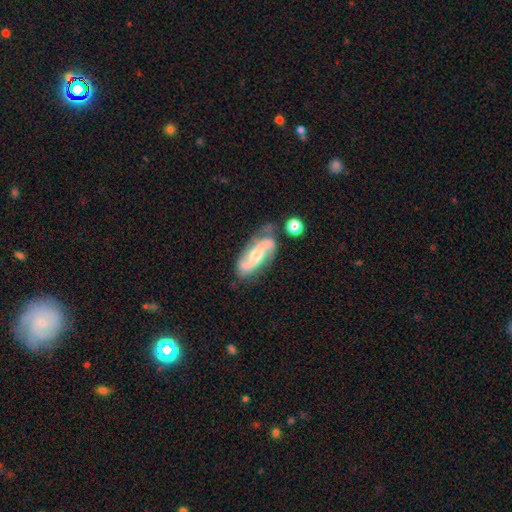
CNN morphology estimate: This is clearly a featured or disk galaxy (84%). It is clearly not viewed edge-on (93%). Bar: marginally weak (39%). Spiral arm pattern: clearly yes (96%). Spiral arm count: clearly 2 (91%). Spiral winding: possibly medium (45%). Central bulge: possibly moderate (50%). Merging: likely none (71%).